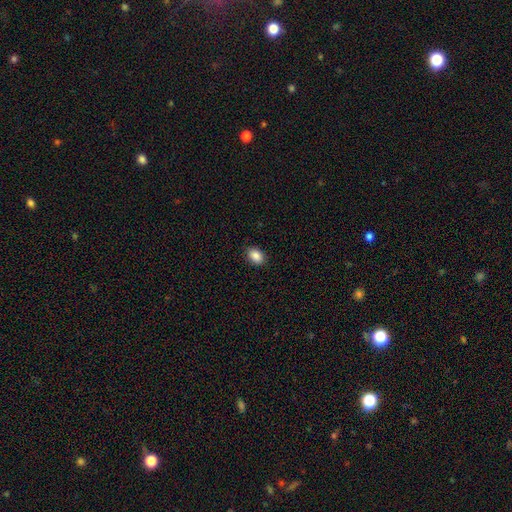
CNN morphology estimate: This is clearly a smooth galaxy (88%). How rounded: likely in between (76%). Merging: clearly none (89%).